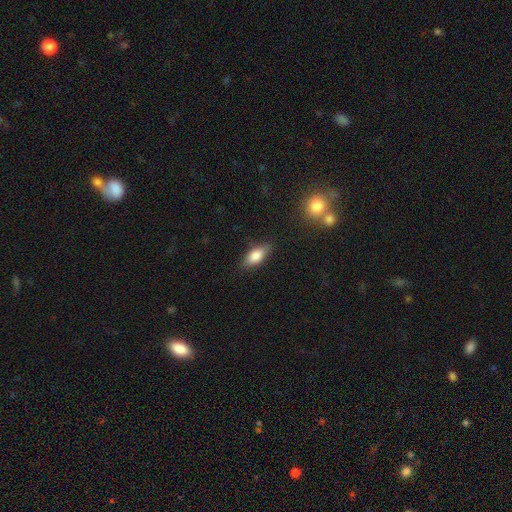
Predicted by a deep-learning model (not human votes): smooth-or-featured: smooth: 81% | featured or disk: 12% | star or artifact: 7%
  how-rounded: in between: 83% | cigar-shaped: 13% | round: 4%
  merging: none: 80% | minor disturbance: 16% | major disturbance: 3% | merger: 2%